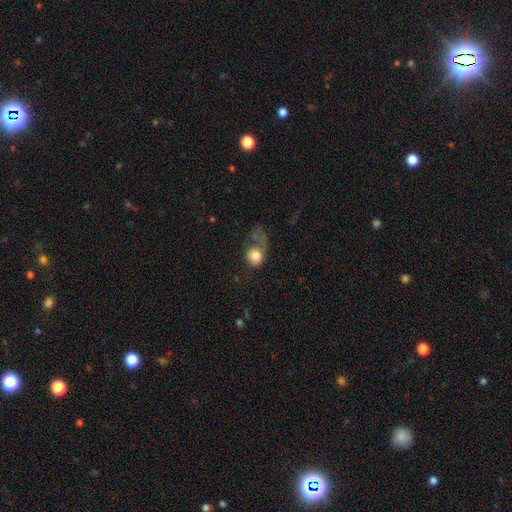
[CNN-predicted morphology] A smooth galaxy with no disk features (76%) that is round (65%).

Vote fractions:
- Smooth or featured? smooth: 76% / featured or disk: 16% / star or artifact: 8%
- How rounded? round: 65% / in between: 34% / cigar-shaped: 1%
- Merging? major disturbance: 51% / none: 22% / minor disturbance: 18% / merger: 9%